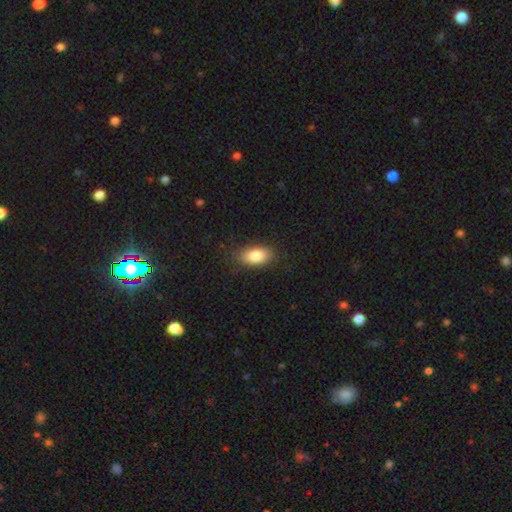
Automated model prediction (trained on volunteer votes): Q: Smooth or featured?
A: smooth (85%); runner-up: featured or disk (8%)
Q: How rounded?
A: in between (91%); runner-up: cigar-shaped (5%)
Q: Merging?
A: none (85%); runner-up: minor disturbance (11%)